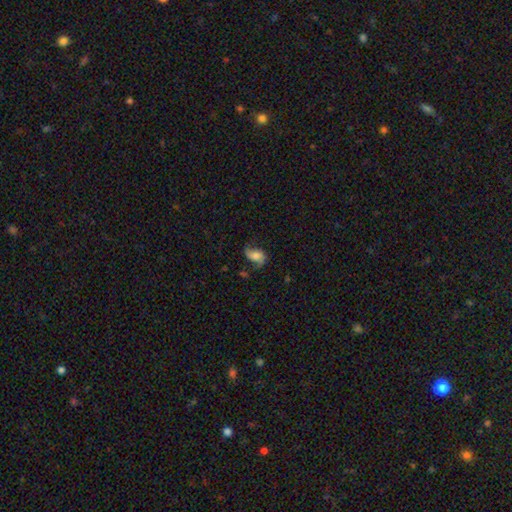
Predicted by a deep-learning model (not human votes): smooth-or-featured: featured or disk: 63% | smooth: 28% | star or artifact: 9%
  disk-edge-on: no: 97% | yes: 3%
    bar: no: 56% | weak: 33% | strong: 11%
    has-spiral-arms: yes: 92% | no: 8%
      spiral-winding: loose: 58% | medium: 32% | tight: 10%
      spiral-arm-count: 2: 88% | 1: 5% | can't tell: 4% | 3: 1% | 4: 1% | more than 4: 1%
    bulge-size: moderate: 49% | small: 26% | large: 16% | none: 7% | dominant: 3%
  merging: none: 63% | minor disturbance: 22% | major disturbance: 12% | merger: 3%